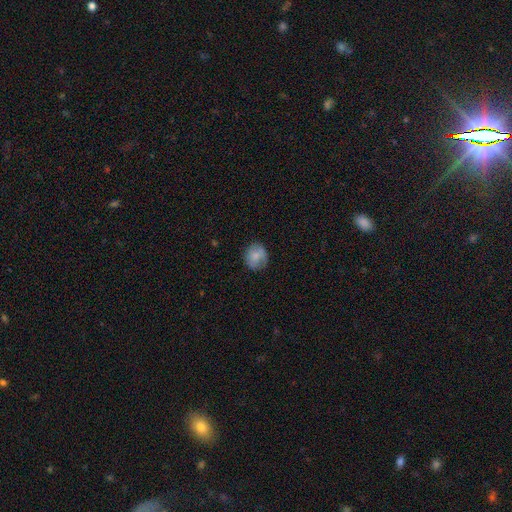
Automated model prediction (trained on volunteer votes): Overall: smooth (78%). How rounded: round (79%). Merging: none (75%).